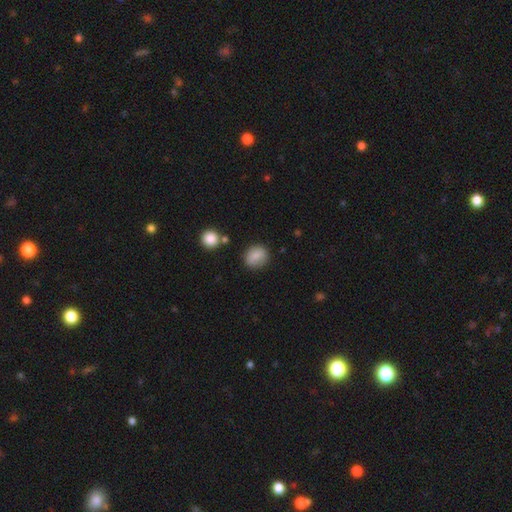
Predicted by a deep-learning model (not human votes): This appears to be a smooth galaxy with no disk features (84%) that is round (73%). Merging: none (80%).